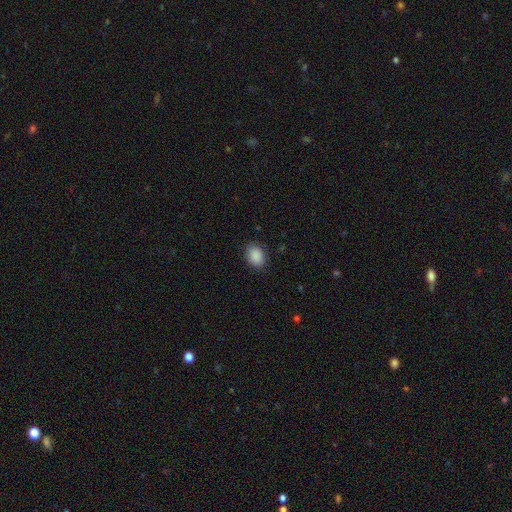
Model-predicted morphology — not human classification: Smooth or featured?
  - smooth: 89% *
  - star or artifact: 8%
  - featured or disk: 3%
How rounded?
  - in between: 72% *
  - round: 27%
  - cigar-shaped: 1%
Merging?
  - none: 85% *
  - minor disturbance: 11%
  - major disturbance: 3%
  - merger: 1%